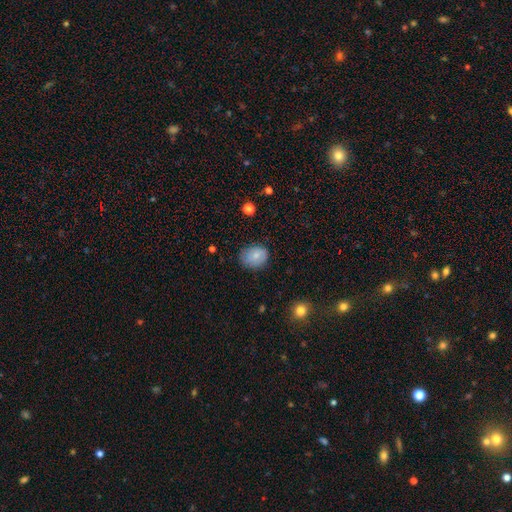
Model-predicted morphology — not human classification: A smooth galaxy with no disk features (78%) that is in between round and cigar-shaped (55%). Merging: none (72%).